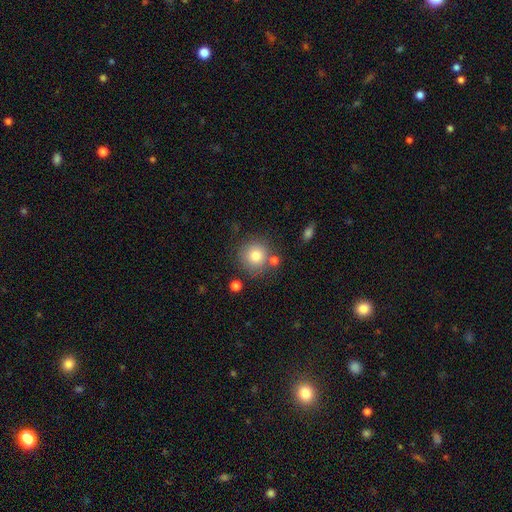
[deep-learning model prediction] Smooth or featured? smooth (79%)
How rounded? round (93%)
Merging? none (77%)